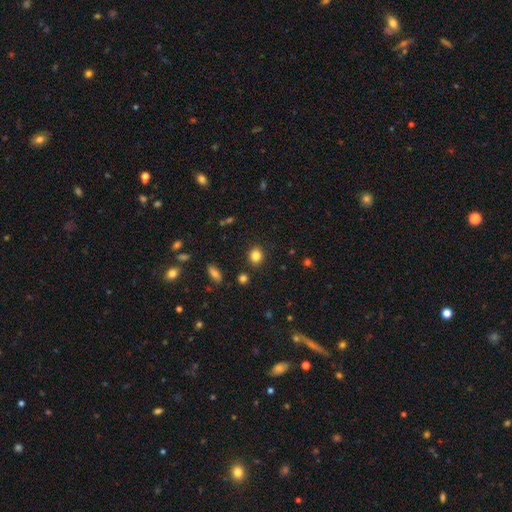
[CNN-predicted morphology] Smooth or featured? Predicted: smooth (p=0.83). How rounded? Predicted: round (p=0.66). Merging? Predicted: none (p=0.87).